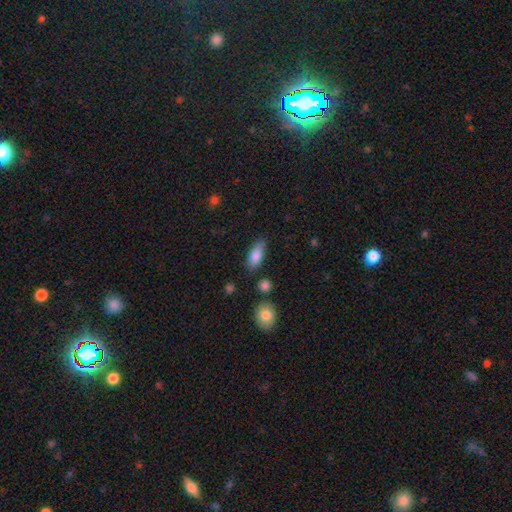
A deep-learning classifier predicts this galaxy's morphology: This appears to be a smooth galaxy with no disk features (82%) that is in between round and cigar-shaped (80%). Merging: none (73%).